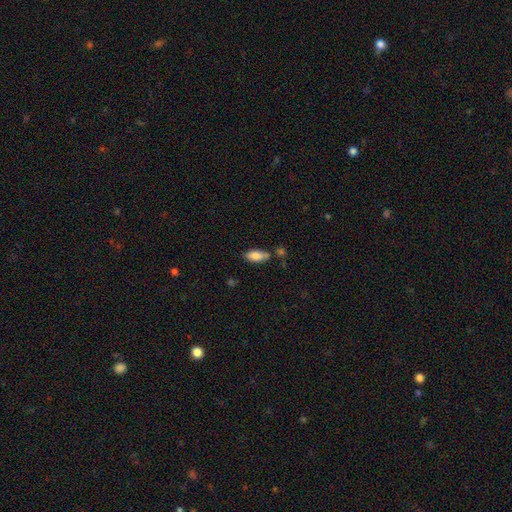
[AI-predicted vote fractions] Q: Smooth or featured?
A: smooth (82%); runner-up: featured or disk (11%)
Q: How rounded?
A: in between (85%); runner-up: cigar-shaped (12%)
Q: Merging?
A: none (62%); runner-up: minor disturbance (19%)